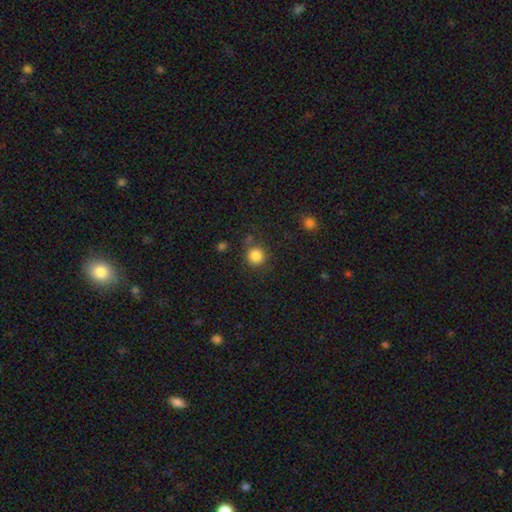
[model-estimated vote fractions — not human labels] Morphology: type=smooth (85%); roundness=round (93%); merging=none (80%).